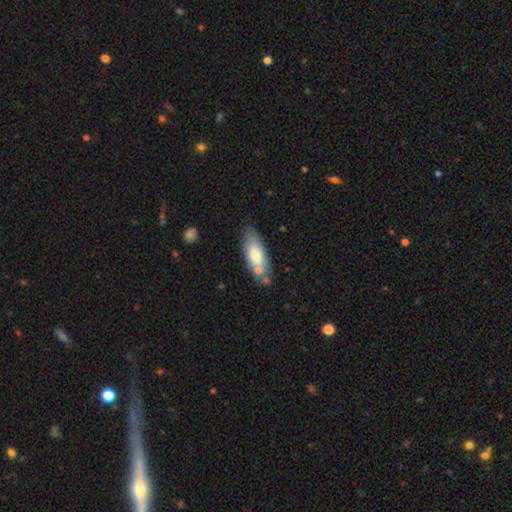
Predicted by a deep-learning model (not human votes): smooth-or-featured: smooth: 70% | featured or disk: 24% | star or artifact: 6%
  how-rounded: in between: 73% | cigar-shaped: 25% | round: 2%
  merging: none: 65% | minor disturbance: 19% | merger: 11% | major disturbance: 4%